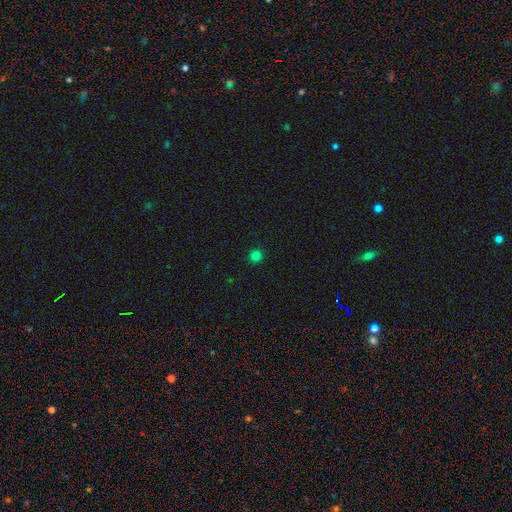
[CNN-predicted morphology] This is clearly a smooth galaxy (80%). How rounded: clearly round (96%). Merging: clearly none (93%).